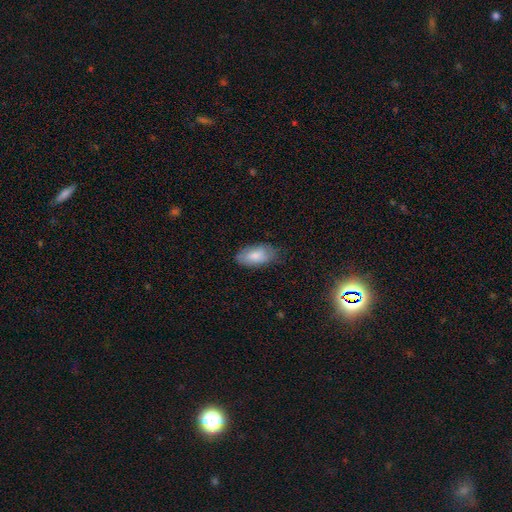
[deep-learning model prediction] Q: Smooth or featured?
A: smooth (78%); runner-up: featured or disk (16%)
Q: How rounded?
A: in between (93%); runner-up: cigar-shaped (4%)
Q: Merging?
A: none (69%); runner-up: minor disturbance (24%)